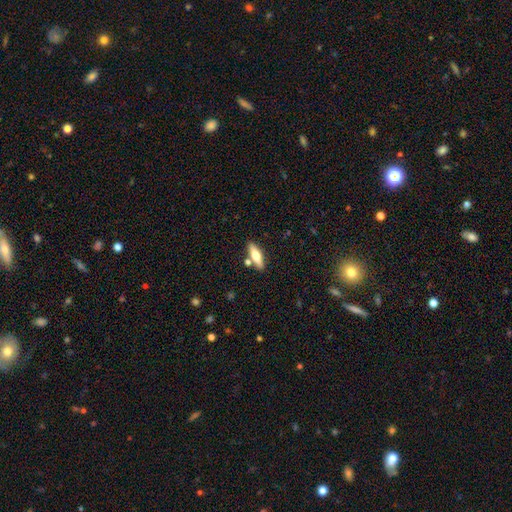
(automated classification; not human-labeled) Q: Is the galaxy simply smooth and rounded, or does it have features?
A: smooth — 52%.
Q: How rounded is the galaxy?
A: cigar-shaped — 58%.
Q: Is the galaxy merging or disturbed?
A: none — 78%.